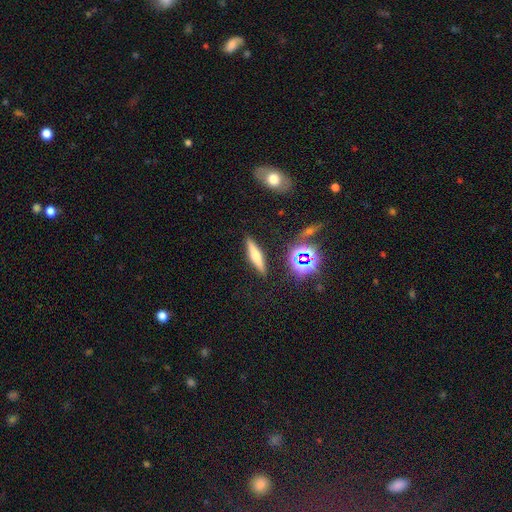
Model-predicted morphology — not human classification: Q: Smooth or featured?
A: smooth (49%); runner-up: featured or disk (37%)
Q: Merging?
A: none (88%); runner-up: minor disturbance (8%)